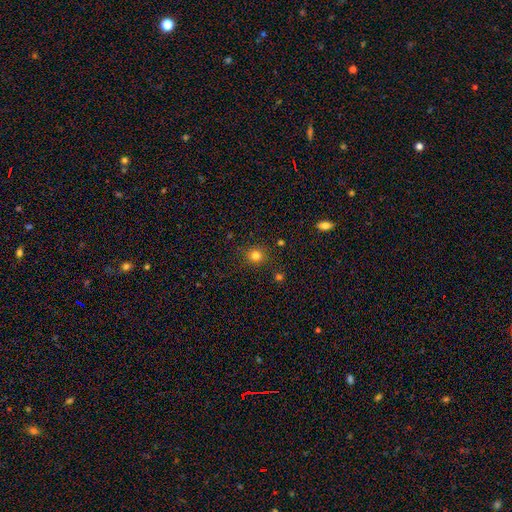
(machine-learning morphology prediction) smooth-or-featured: smooth: 81% | star or artifact: 14% | featured or disk: 5%
  how-rounded: round: 87% | in between: 12% | cigar-shaped: 1%
  merging: none: 88% | minor disturbance: 8% | major disturbance: 2% | merger: 2%